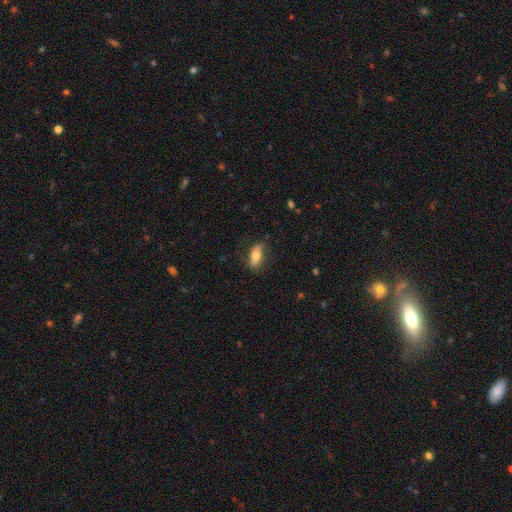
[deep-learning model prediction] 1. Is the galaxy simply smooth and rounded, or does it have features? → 61% smooth, 31% featured or disk, 7% star or artifact.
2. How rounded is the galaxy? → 71% in between, 25% cigar-shaped, 4% round.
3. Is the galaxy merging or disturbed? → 73% none, 19% minor disturbance, 6% major disturbance, 1% merger.